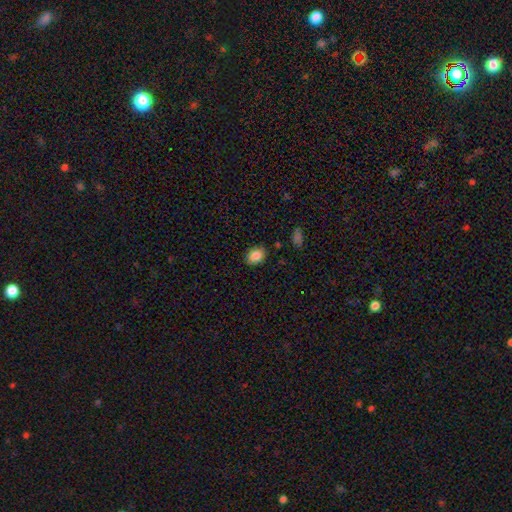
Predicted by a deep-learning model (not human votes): A smooth galaxy with no disk features (86%) that is in between round and cigar-shaped (65%). Merging: none (85%).